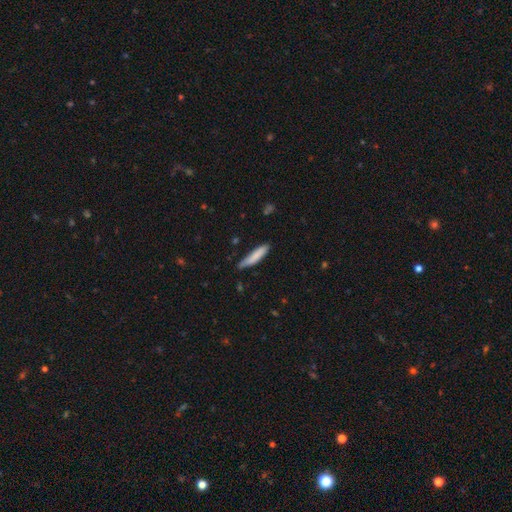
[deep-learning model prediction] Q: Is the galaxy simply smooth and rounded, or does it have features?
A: smooth — 81%.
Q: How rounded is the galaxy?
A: cigar-shaped — 86%.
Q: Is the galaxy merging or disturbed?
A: none — 70%.